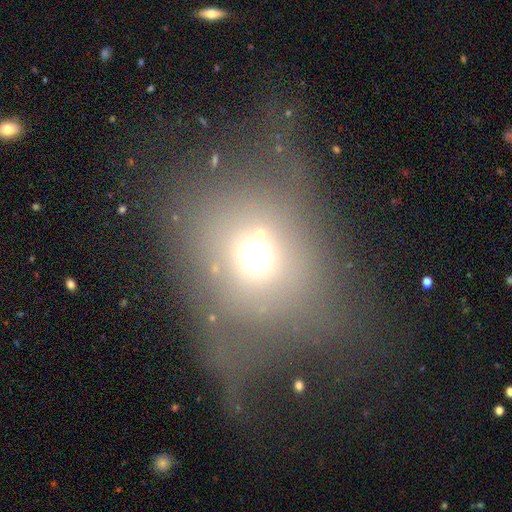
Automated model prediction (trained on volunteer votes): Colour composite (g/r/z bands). It shows a smooth galaxy with no disk features (58%) that is round (64%). Merging: major disturbance (42%).